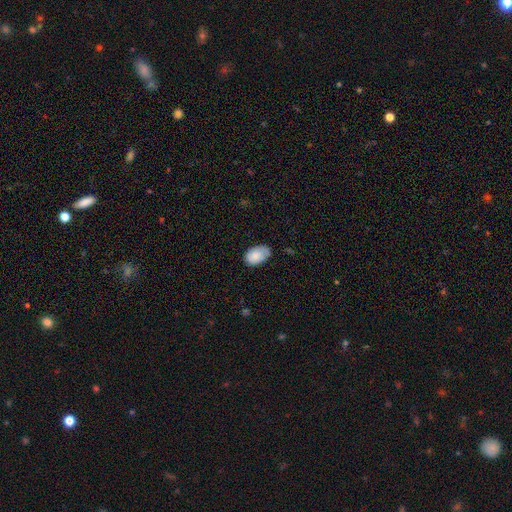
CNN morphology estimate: A smooth galaxy with no disk features (80%) that is in between round and cigar-shaped (91%). Merging: none (66%).